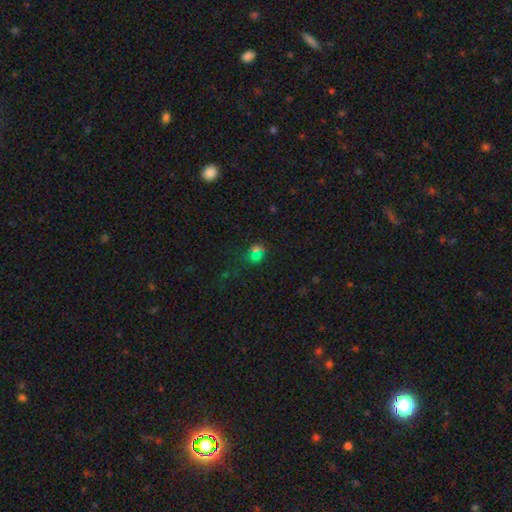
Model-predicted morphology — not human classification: smooth-or-featured: smooth: 50% | star or artifact: 38% | featured or disk: 12%
  how-rounded: round: 59% | in between: 39% | cigar-shaped: 2%
  merging: none: 54% | merger: 25% | minor disturbance: 13% | major disturbance: 7%